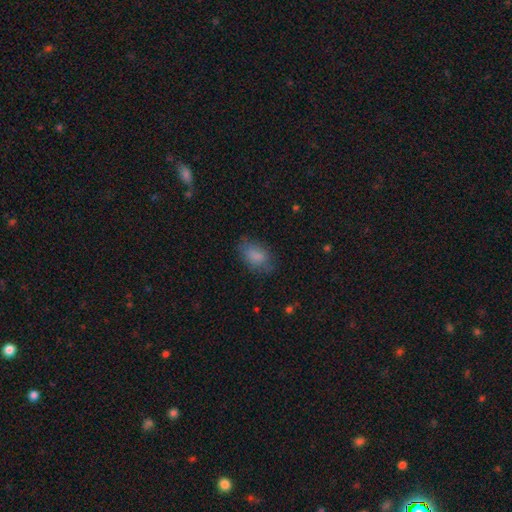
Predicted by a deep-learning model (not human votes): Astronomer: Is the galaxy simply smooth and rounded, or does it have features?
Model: smooth — 83%.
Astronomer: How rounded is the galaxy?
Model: in between — 89%.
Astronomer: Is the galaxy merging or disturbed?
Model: none — 72%.